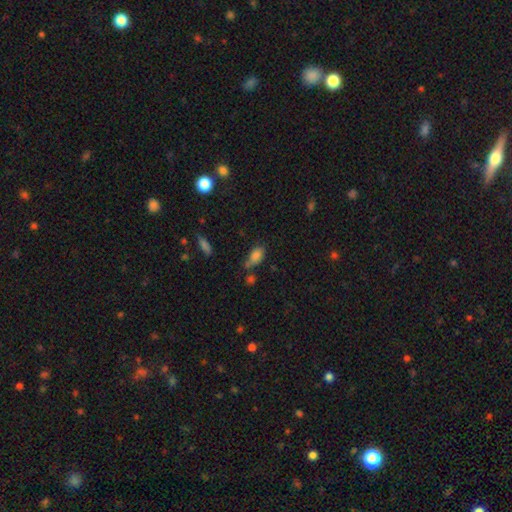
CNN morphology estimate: smooth_or_featured: smooth (p=0.81) [alt: star or artifact p=0.11]
how_rounded: in between (p=0.88) [alt: round p=0.07]
merging: none (p=0.47) [alt: minor disturbance p=0.24]